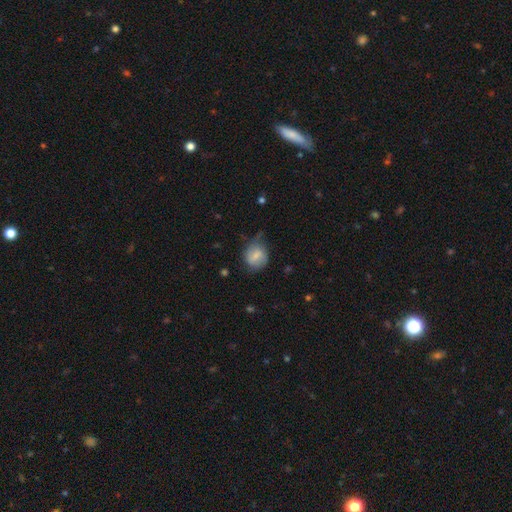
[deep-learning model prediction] Smooth or featured: smooth — 66% (featured or disk — 26%)
How rounded: round — 69% (in between — 30%)
Merging: none — 54% (minor disturbance — 32%)